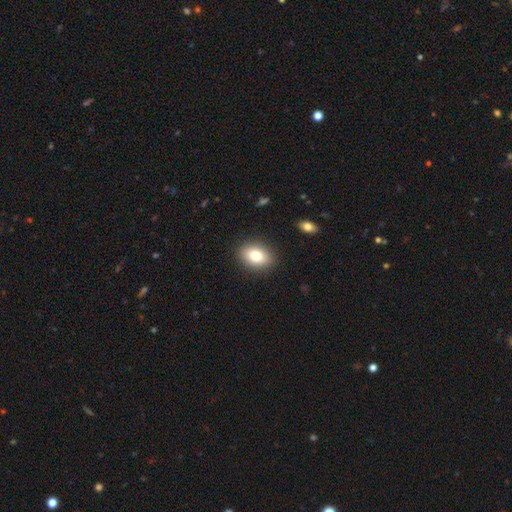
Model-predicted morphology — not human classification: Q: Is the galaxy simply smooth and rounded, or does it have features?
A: smooth — 82%.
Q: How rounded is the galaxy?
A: in between — 80%.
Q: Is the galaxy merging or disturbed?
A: none — 88%.